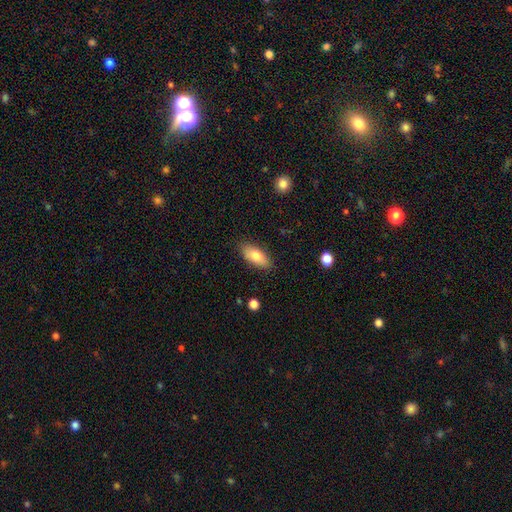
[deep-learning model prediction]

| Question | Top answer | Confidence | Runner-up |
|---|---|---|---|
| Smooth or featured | smooth | 78% | featured or disk (15%) |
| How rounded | in between | 85% | cigar-shaped (12%) |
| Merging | none | 86% | minor disturbance (11%) |